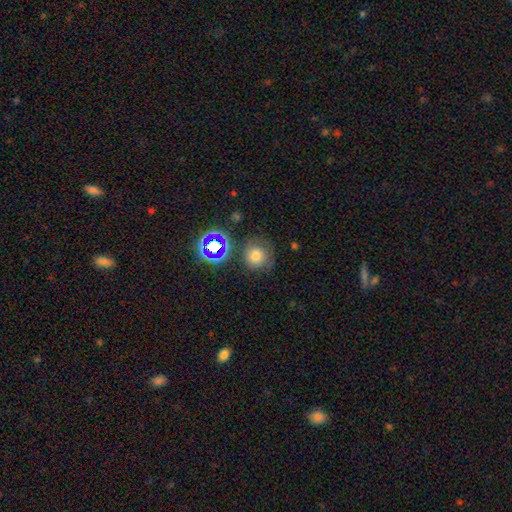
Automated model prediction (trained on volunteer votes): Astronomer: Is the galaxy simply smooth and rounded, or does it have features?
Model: smooth — 71%.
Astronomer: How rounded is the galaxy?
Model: round — 89%.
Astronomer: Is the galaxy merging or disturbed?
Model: none — 72%.